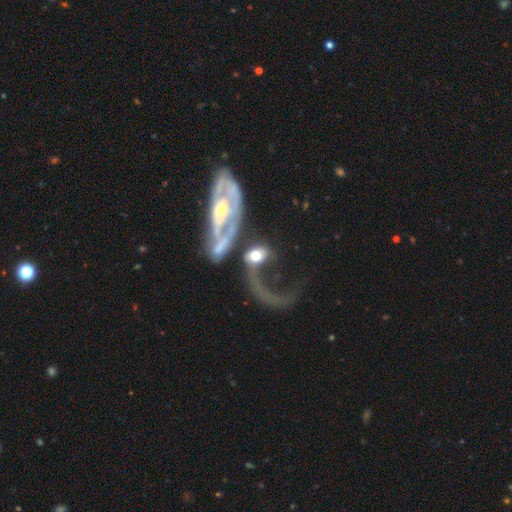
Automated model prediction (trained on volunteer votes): This appears to be a featured or disk galaxy (50%). Merging: merger (43%).